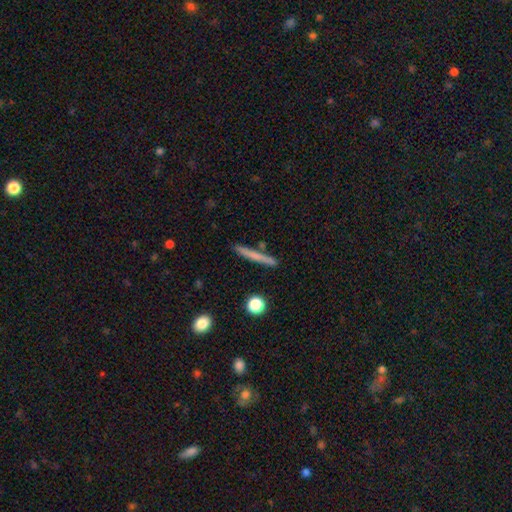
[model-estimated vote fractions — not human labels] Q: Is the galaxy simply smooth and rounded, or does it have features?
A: smooth — 62%.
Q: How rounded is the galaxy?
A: cigar-shaped — 95%.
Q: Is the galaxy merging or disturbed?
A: none — 87%.